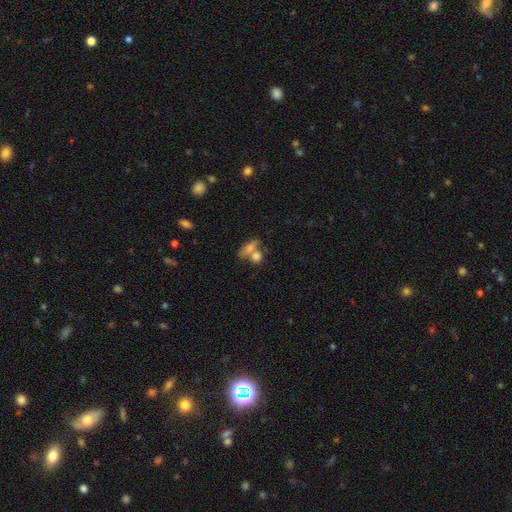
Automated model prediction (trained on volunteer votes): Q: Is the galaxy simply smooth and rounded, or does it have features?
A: smooth — 75%.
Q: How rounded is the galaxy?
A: in between — 47%.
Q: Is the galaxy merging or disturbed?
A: merger — 47%.